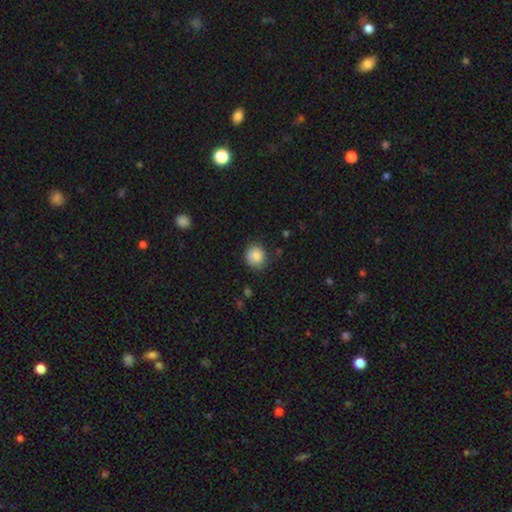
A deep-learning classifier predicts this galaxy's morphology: smooth-or-featured: smooth: 86% | star or artifact: 9% | featured or disk: 5%
  how-rounded: round: 84% | in between: 15% | cigar-shaped: 1%
  merging: none: 80% | minor disturbance: 15% | major disturbance: 3% | merger: 1%